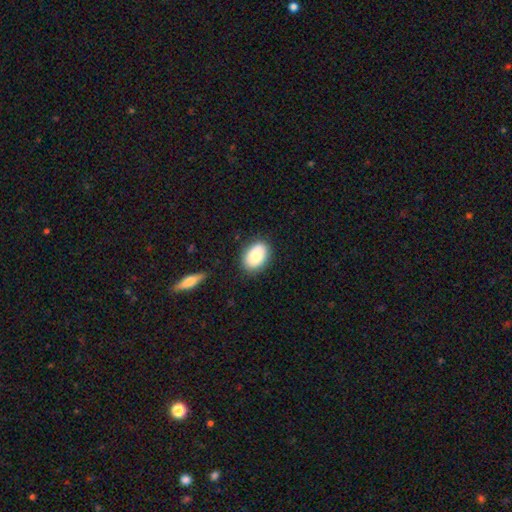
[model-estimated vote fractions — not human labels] Q: Smooth or featured?
A: smooth (79%); runner-up: featured or disk (14%)
Q: How rounded?
A: in between (81%); runner-up: round (18%)
Q: Merging?
A: none (84%); runner-up: minor disturbance (12%)